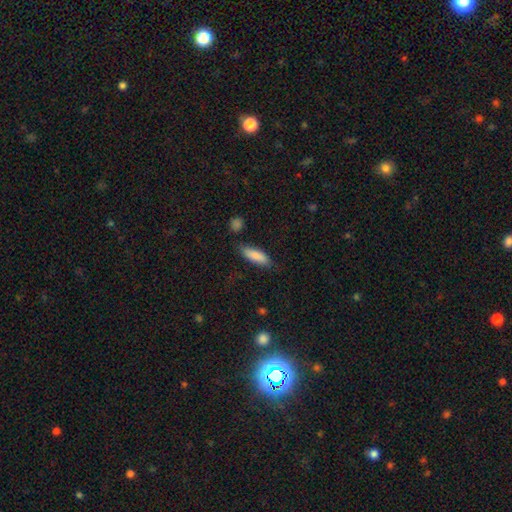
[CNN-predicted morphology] This appears to be a smooth galaxy with no disk features (83%) that is in between round and cigar-shaped (55%). Merging: none (75%).